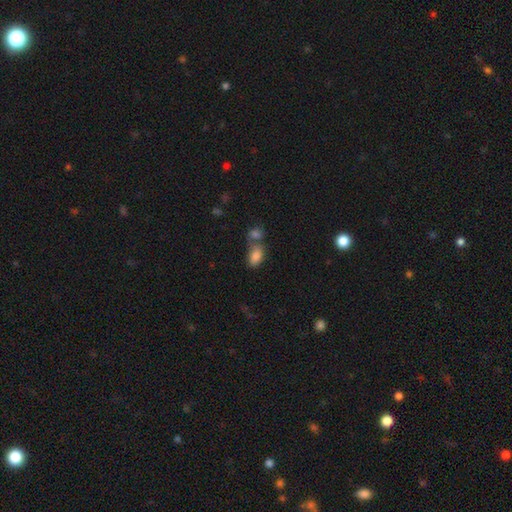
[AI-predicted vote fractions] smooth-or-featured: smooth: 84% | star or artifact: 9% | featured or disk: 7%
  how-rounded: in between: 90% | round: 8% | cigar-shaped: 2%
  merging: merger: 46% | none: 38% | minor disturbance: 11% | major disturbance: 5%